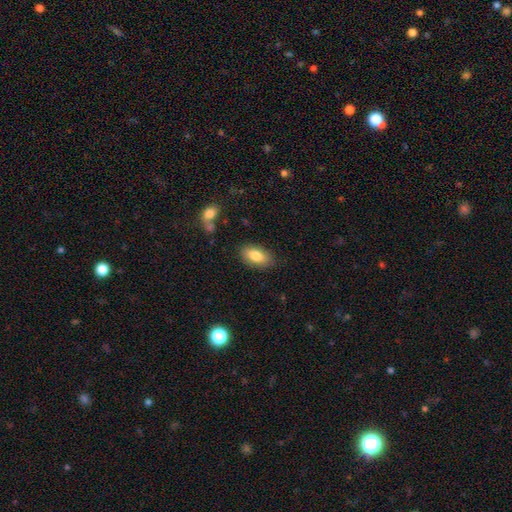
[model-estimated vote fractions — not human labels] Smooth or featured?
  - smooth: 81% *
  - featured or disk: 12%
  - star or artifact: 7%
How rounded?
  - in between: 91% *
  - cigar-shaped: 5%
  - round: 4%
Merging?
  - none: 85% *
  - minor disturbance: 11%
  - major disturbance: 3%
  - merger: 2%